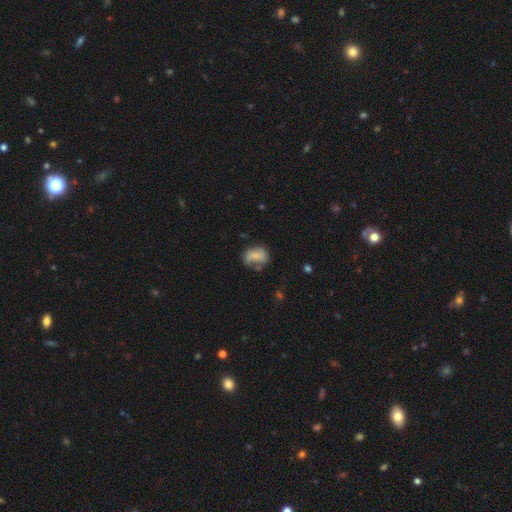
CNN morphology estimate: A smooth galaxy with no disk features (68%) that is in between round and cigar-shaped (73%). Merging: none (46%).